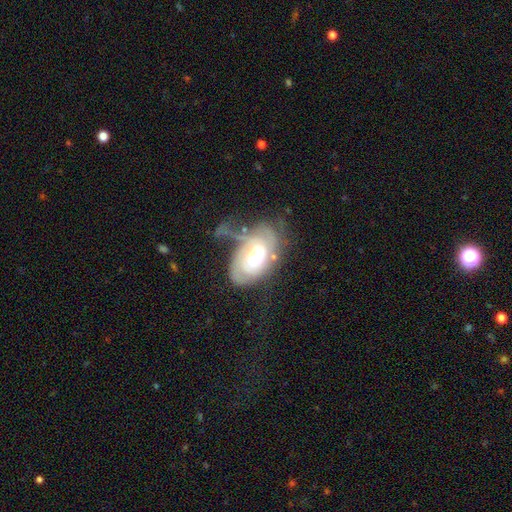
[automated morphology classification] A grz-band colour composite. It shows a featured or disk galaxy (73%) with no bar (66%), tight (54%) spiral arms (81%) and a moderate central bulge (53%). Merging: major disturbance (34%).